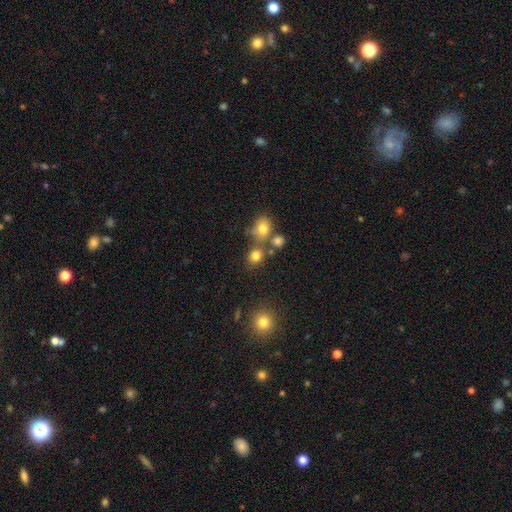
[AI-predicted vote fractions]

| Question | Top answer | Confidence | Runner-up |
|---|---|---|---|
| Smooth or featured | smooth | 78% | star or artifact (14%) |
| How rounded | round | 70% | in between (29%) |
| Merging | none | 65% | merger (19%) |